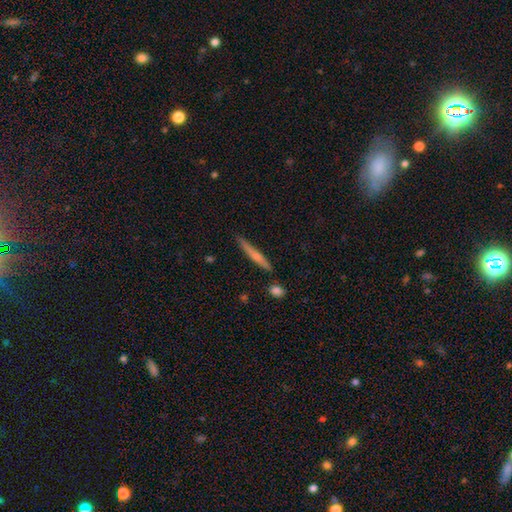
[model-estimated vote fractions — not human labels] Smooth or featured?
  - smooth: 50% *
  - featured or disk: 44%
  - star or artifact: 6%
Merging?
  - none: 82% *
  - minor disturbance: 12%
  - merger: 4%
  - major disturbance: 2%